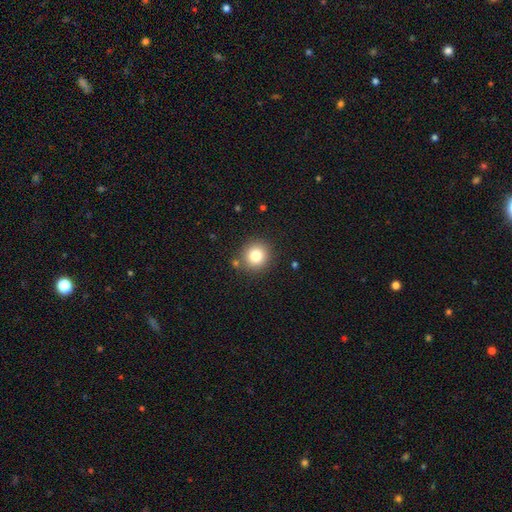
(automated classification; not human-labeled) Smooth or featured? smooth (80%)
How rounded? round (91%)
Merging? none (85%)